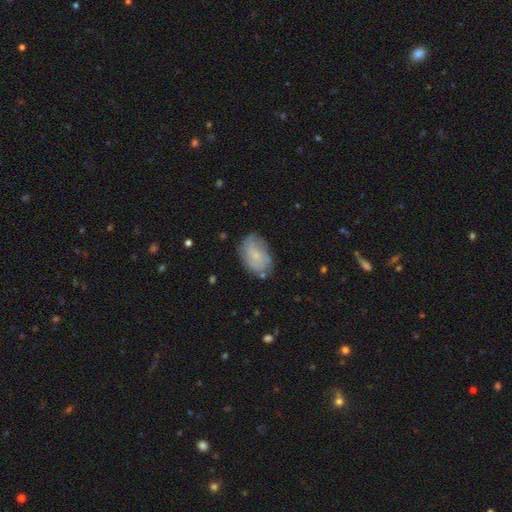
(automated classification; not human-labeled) A featured or disk galaxy (51%).

Vote fractions:
- Smooth or featured? featured or disk: 51% / smooth: 42% / star or artifact: 7%
- Edge-on disk? no: 96% / yes: 4%
- Merging? none: 70% / minor disturbance: 21% / major disturbance: 6% / merger: 2%